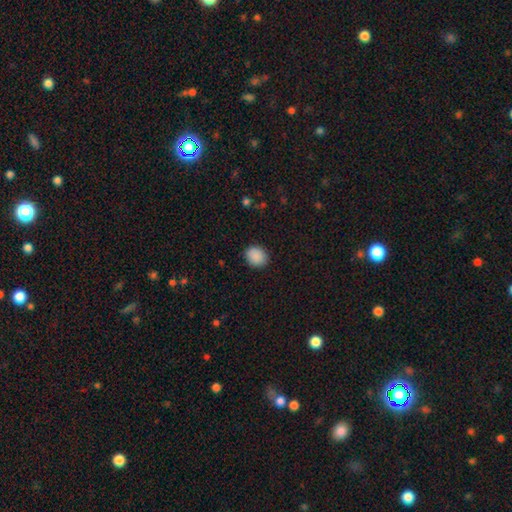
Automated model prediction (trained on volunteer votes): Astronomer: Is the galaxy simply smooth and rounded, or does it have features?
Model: smooth — 89%.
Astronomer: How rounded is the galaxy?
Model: round — 66%.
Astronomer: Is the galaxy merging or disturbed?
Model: none — 89%.